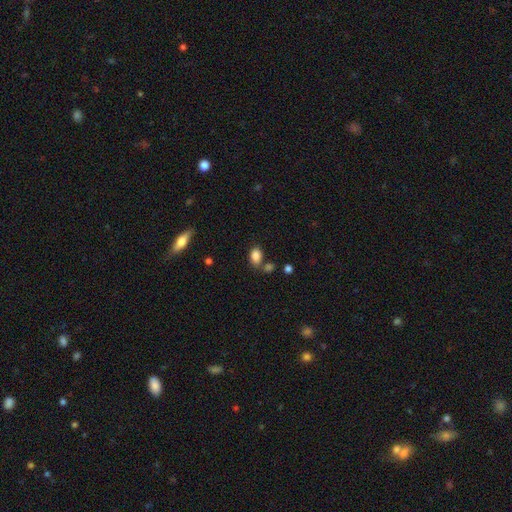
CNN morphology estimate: Q: Smooth or featured?
A: smooth (85%); runner-up: star or artifact (10%)
Q: How rounded?
A: in between (86%); runner-up: round (13%)
Q: Merging?
A: none (64%); runner-up: merger (16%)